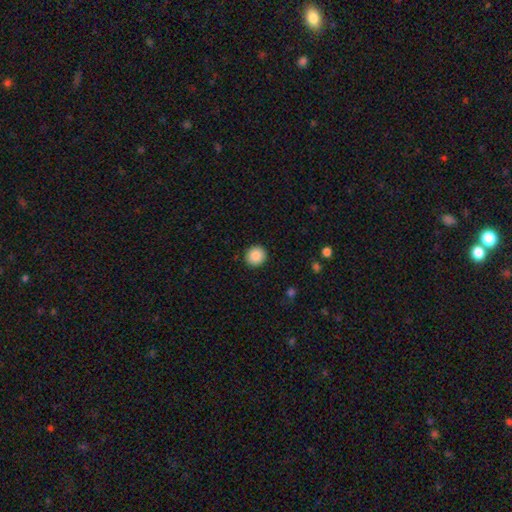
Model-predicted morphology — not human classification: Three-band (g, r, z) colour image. It shows a smooth galaxy with no disk features (89%) that is round (90%). Merging: none (92%).